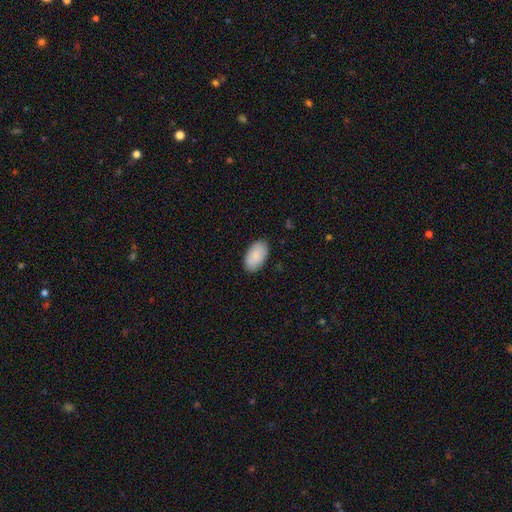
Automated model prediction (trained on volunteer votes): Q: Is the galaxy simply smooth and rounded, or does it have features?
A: smooth — 89%.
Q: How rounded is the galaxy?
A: in between — 96%.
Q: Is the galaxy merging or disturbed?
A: none — 87%.